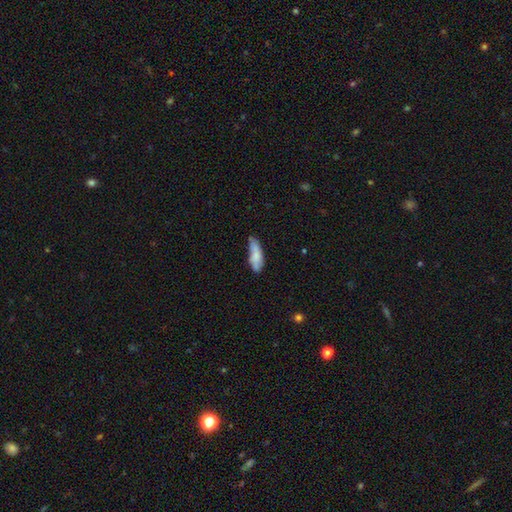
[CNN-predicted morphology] Smooth or featured? smooth (78%)
How rounded? in between (58%)
Merging? none (59%)